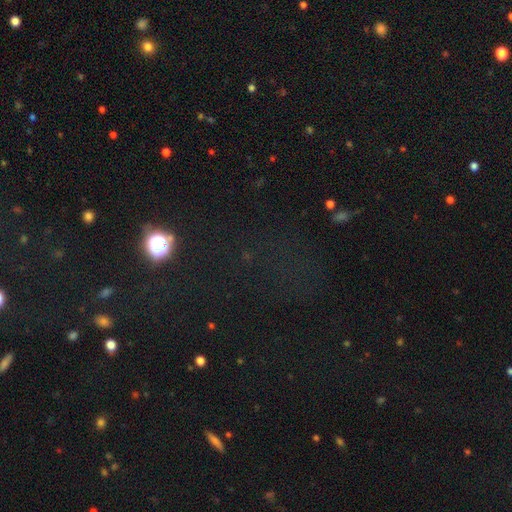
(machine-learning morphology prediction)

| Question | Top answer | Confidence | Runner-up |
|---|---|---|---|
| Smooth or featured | star or artifact | 66% | smooth (25%) |